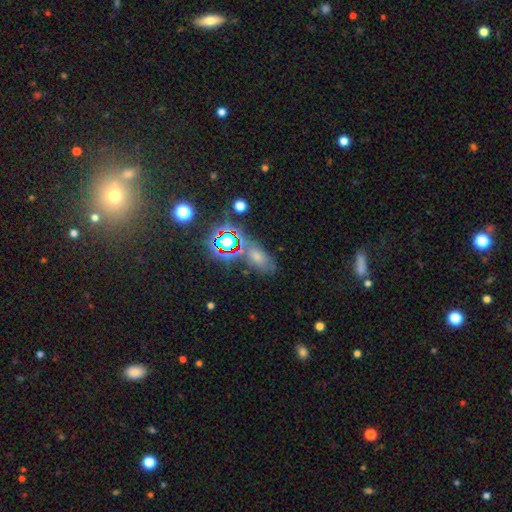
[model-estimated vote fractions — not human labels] The model was most divided on "smooth or featured": smooth: 44%, star or artifact: 38%, featured or disk: 18%. More confident: merging — none (62%).